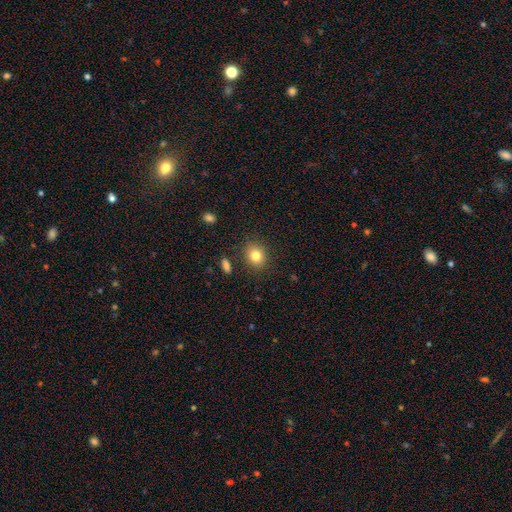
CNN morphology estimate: Overall: smooth (81%). How rounded: round (67%; in between 32%). Merging: none (86%).